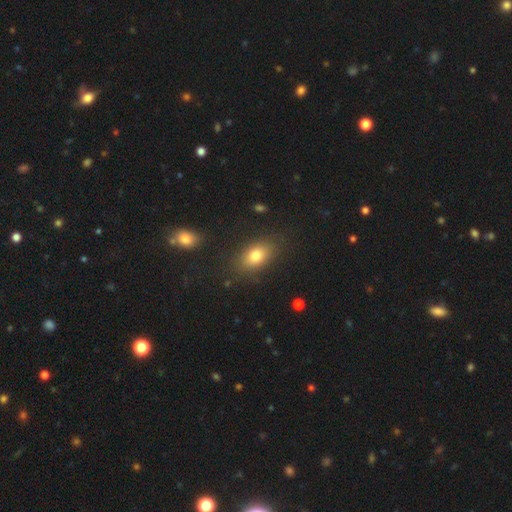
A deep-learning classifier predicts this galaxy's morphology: The model was most divided on "smooth or featured": smooth: 80%, featured or disk: 11%, star or artifact: 10%. More confident: how rounded — in between (83%); merging — none (83%).